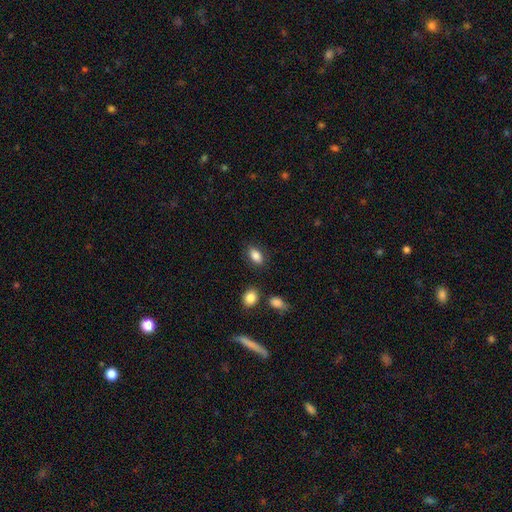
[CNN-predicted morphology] smooth 86%, star or artifact 8%, featured or disk 6%. Down the decision tree: how rounded — in between (88%); merging — none (84%).